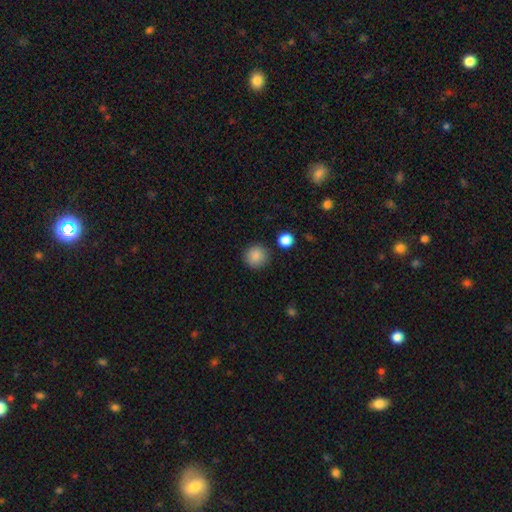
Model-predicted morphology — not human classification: Overall: smooth (87%). How rounded: round (93%). Merging: none (88%).